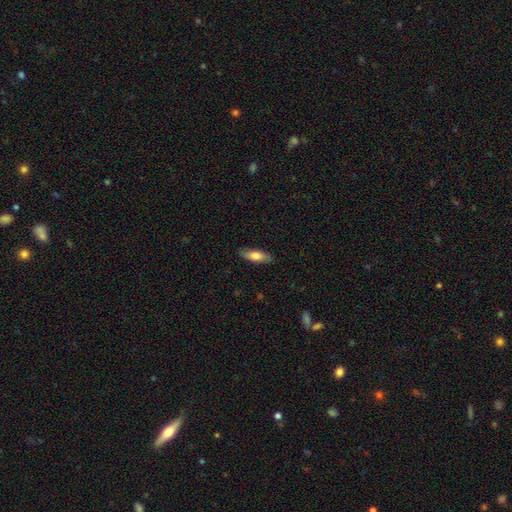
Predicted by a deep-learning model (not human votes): Smooth or featured?
  - smooth: 71% *
  - featured or disk: 23%
  - star or artifact: 6%
How rounded?
  - in between: 57% *
  - cigar-shaped: 41%
  - round: 2%
Merging?
  - none: 87% *
  - minor disturbance: 10%
  - major disturbance: 2%
  - merger: 1%